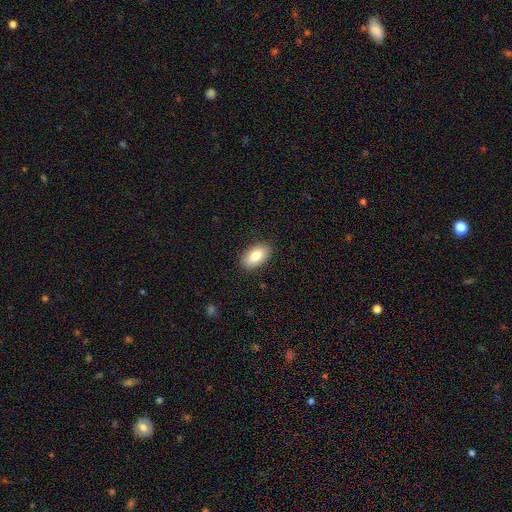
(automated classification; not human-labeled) smooth-or-featured: smooth: 80% | featured or disk: 13% | star or artifact: 7%
  how-rounded: in between: 94% | round: 4% | cigar-shaped: 2%
  merging: none: 87% | minor disturbance: 10% | major disturbance: 2% | merger: 1%